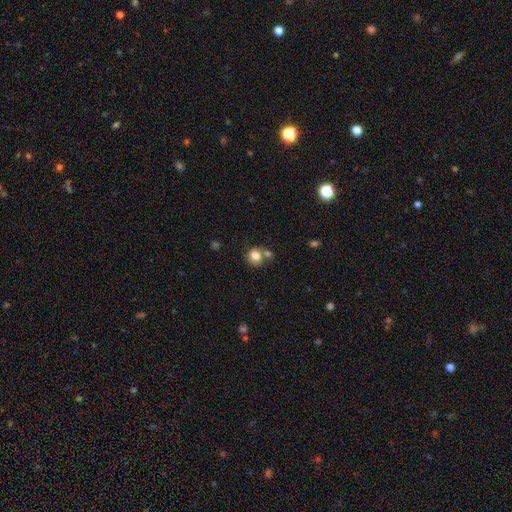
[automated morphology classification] The model was most divided on "merging": none: 54%, merger: 30%, minor disturbance: 11%, major disturbance: 4%. More confident: how rounded — round (80%); smooth or featured — smooth (80%).